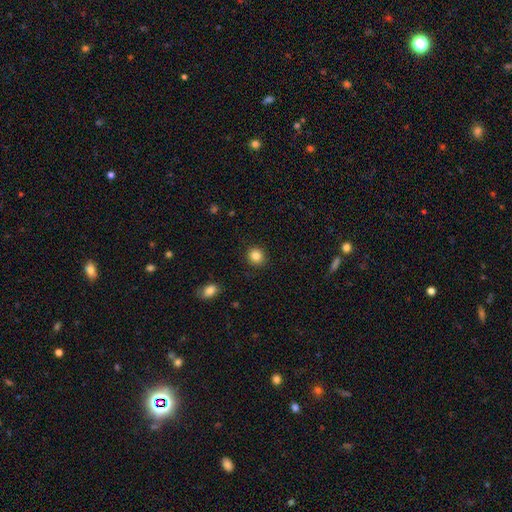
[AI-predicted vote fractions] Smooth or featured? Predicted: smooth (p=0.85). How rounded? Predicted: round (p=0.86). Merging? Predicted: none (p=0.90).